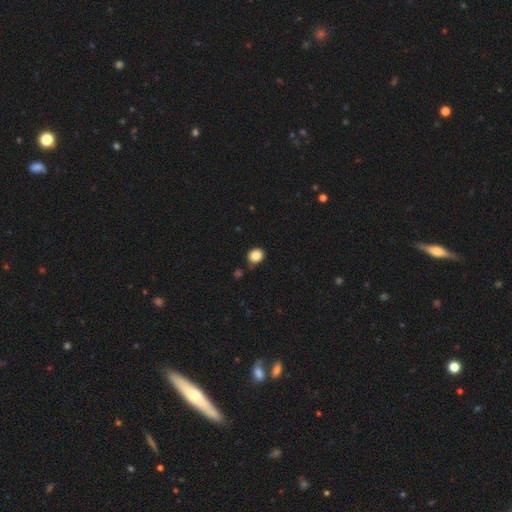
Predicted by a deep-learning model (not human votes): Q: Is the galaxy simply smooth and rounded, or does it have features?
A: smooth — 86%.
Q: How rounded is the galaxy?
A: round — 72%.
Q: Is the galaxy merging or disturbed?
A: none — 79%.